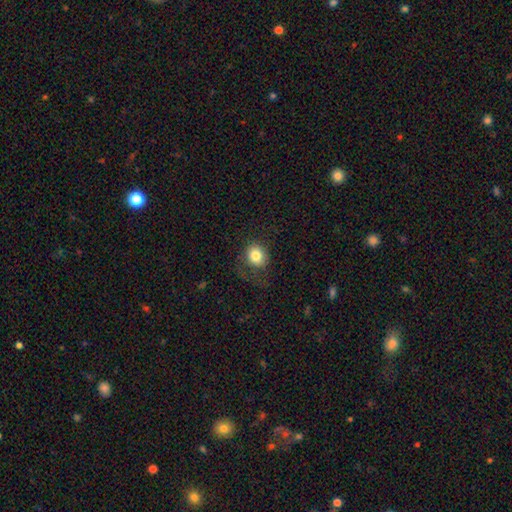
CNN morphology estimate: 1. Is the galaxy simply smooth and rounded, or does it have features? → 80% smooth, 10% featured or disk, 10% star or artifact.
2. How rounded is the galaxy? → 70% round, 29% in between, 1% cigar-shaped.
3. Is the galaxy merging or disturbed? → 65% none, 18% minor disturbance, 16% major disturbance, 1% merger.